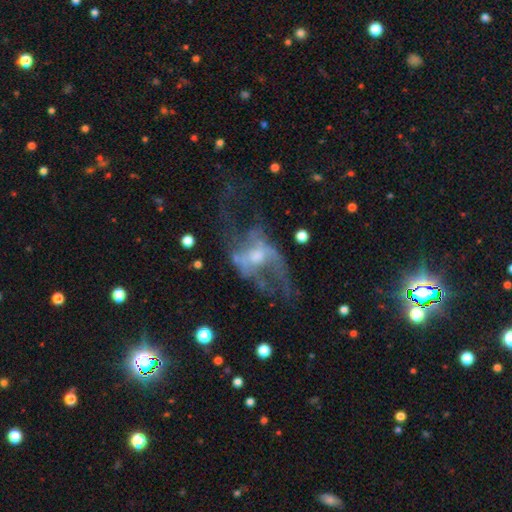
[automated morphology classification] This appears to be a featured or disk galaxy (75%) with no bar (62%), spiral arms (65%) and a moderate central bulge (50%). Merging: major disturbance (46%).